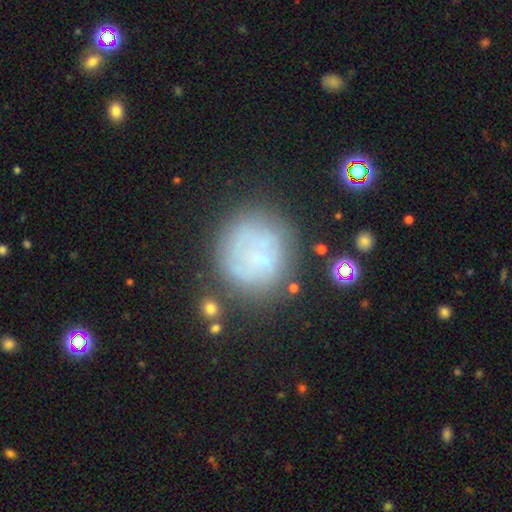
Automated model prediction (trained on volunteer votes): Q: Smooth or featured?
A: smooth (48%); runner-up: featured or disk (38%)
Q: Merging?
A: none (64%); runner-up: minor disturbance (20%)